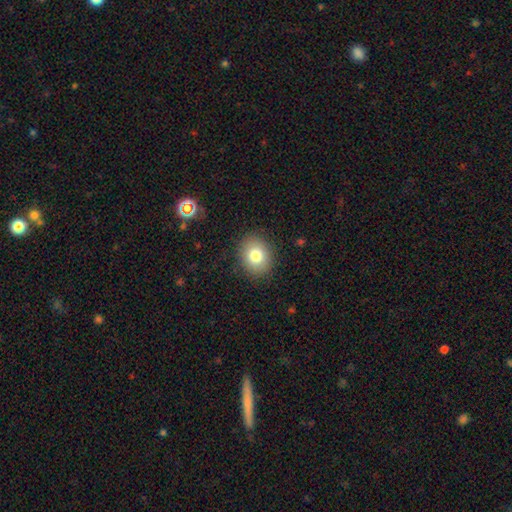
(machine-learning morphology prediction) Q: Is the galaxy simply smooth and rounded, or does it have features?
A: smooth — 79%.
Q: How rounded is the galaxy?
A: round — 62%.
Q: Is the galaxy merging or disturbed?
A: none — 88%.